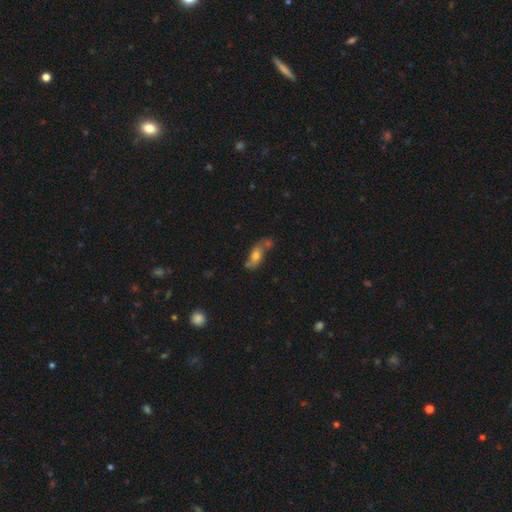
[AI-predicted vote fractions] This is likely a smooth galaxy (61%). How rounded: likely in between (73%). Merging: marginally none (43%).